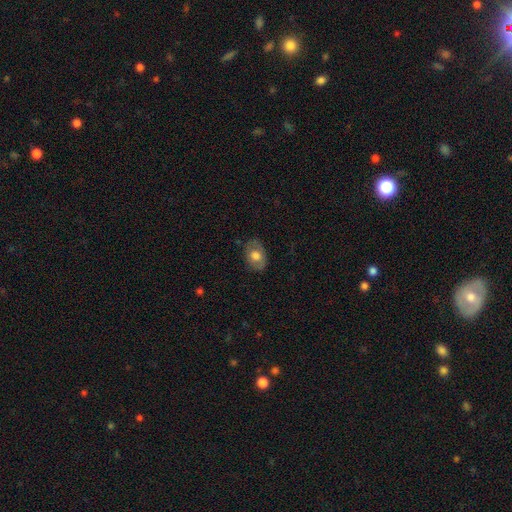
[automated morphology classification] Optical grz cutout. It shows a smooth galaxy with no disk features (67%) that is in between round and cigar-shaped (80%). Merging: none (79%).